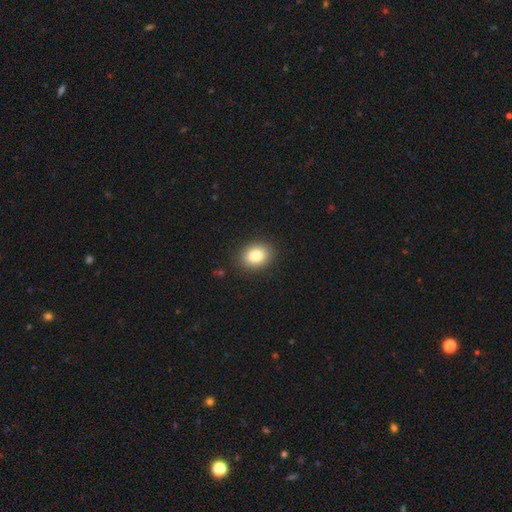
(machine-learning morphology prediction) A smooth galaxy with no disk features (84%) that is in between round and cigar-shaped (59%). Merging: none (89%).